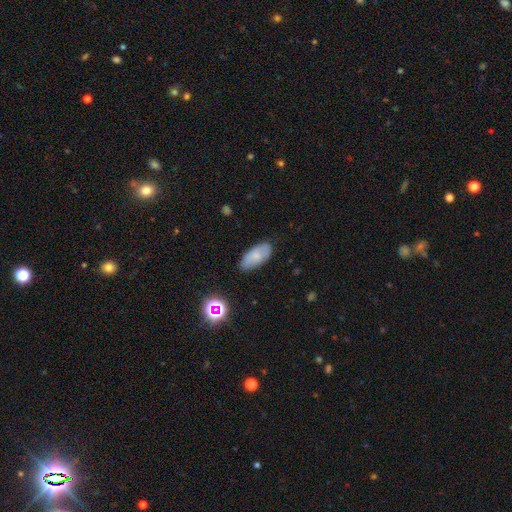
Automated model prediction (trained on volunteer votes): Smooth or featured: smooth — 71% (featured or disk — 20%)
How rounded: in between — 90% (cigar-shaped — 7%)
Merging: none — 76% (minor disturbance — 19%)